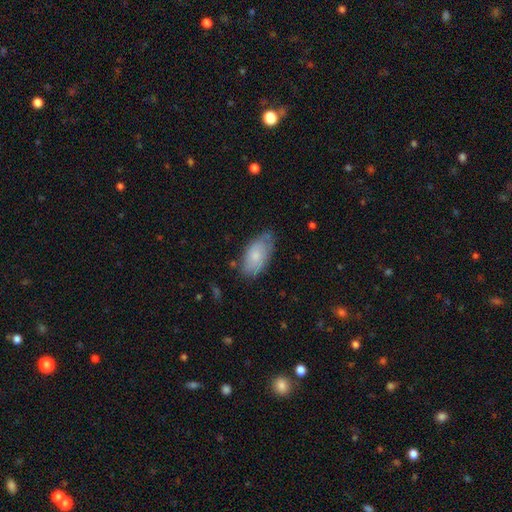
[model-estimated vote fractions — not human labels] Smooth or featured? Predicted: smooth (p=0.70). How rounded? Predicted: in between (p=0.93). Merging? Predicted: none (p=0.65).